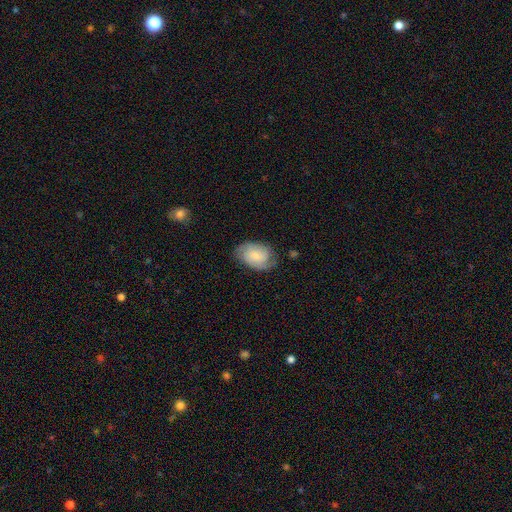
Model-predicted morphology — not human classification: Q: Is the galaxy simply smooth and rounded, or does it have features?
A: smooth — 49%.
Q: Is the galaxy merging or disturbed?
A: none — 70%.